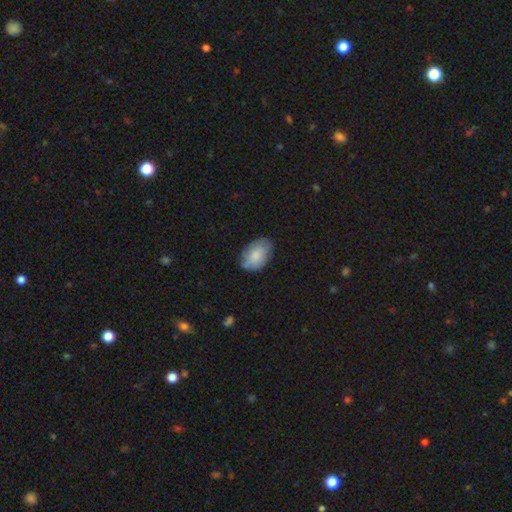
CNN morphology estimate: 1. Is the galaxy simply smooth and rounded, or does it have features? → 76% smooth, 18% featured or disk, 6% star or artifact.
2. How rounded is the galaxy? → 89% in between, 9% round, 1% cigar-shaped.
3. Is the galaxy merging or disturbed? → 69% none, 24% minor disturbance, 5% major disturbance, 2% merger.